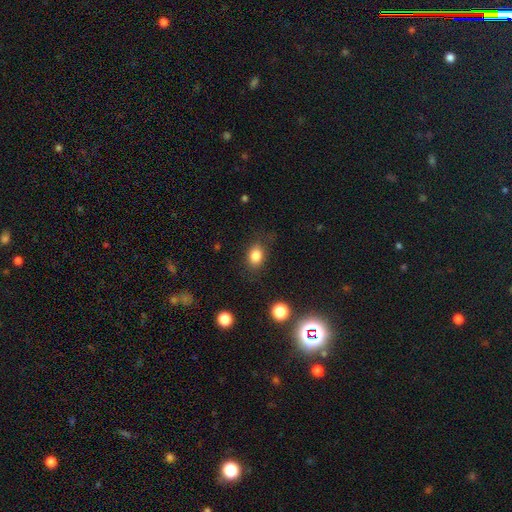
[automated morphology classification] smooth_or_featured: smooth (p=0.83) [alt: star or artifact p=0.10]
how_rounded: in between (p=0.65) [alt: round p=0.34]
merging: none (p=0.80) [alt: minor disturbance p=0.14]